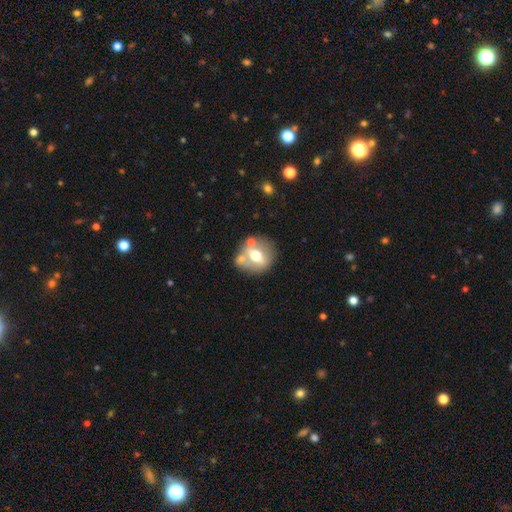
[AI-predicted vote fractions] Smooth or featured? Predicted: smooth (p=0.46). Merging? Predicted: none (p=0.68).